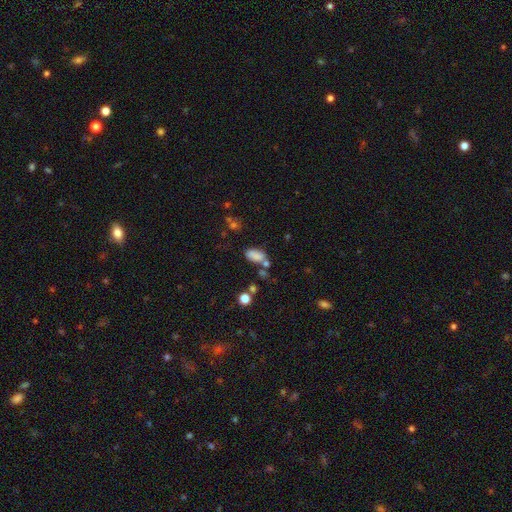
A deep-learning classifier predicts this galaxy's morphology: A smooth galaxy with no disk features (79%) that is in between round and cigar-shaped (90%). Merging: none (51%).